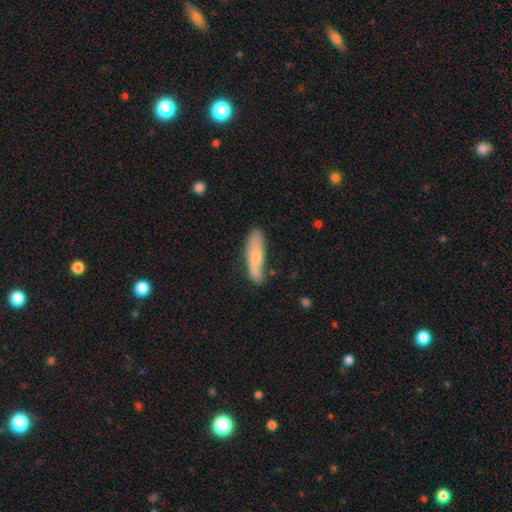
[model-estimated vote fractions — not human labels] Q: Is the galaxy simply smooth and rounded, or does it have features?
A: smooth — 62%.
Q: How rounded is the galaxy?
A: cigar-shaped — 64%.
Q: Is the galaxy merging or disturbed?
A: none — 64%.